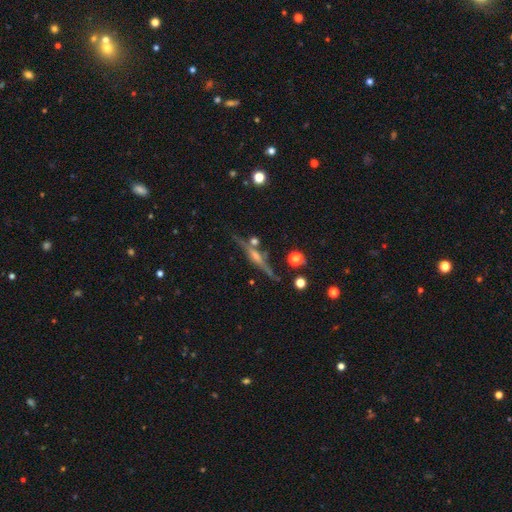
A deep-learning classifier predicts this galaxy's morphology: A featured or disk galaxy (80%) viewed edge-on (96%) with a rounded central bulge (75%). Merging: none (80%).